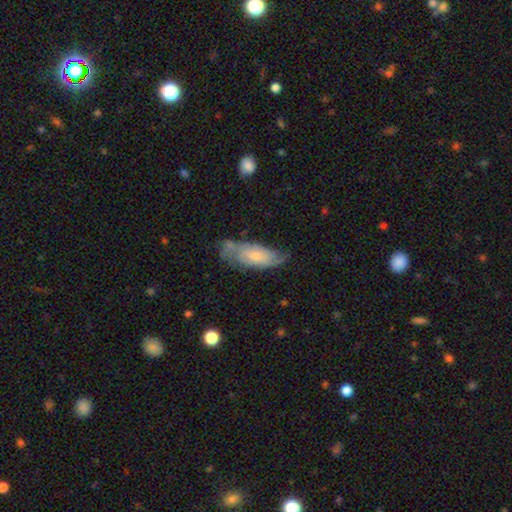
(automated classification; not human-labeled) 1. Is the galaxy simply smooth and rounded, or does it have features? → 48% featured or disk, 45% smooth, 7% star or artifact.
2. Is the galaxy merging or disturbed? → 53% none, 31% minor disturbance, 12% major disturbance, 4% merger.